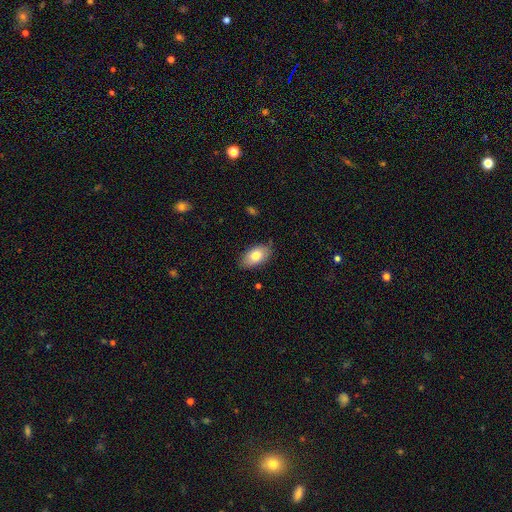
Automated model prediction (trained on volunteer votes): This appears to be a smooth galaxy with no disk features (77%) that is in between round and cigar-shaped (93%). Merging: none (83%).